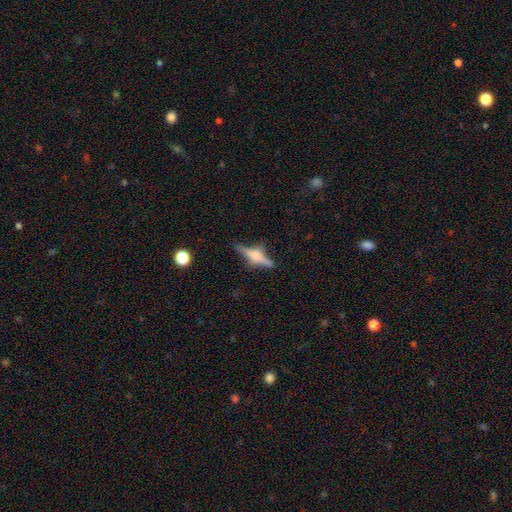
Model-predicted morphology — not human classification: smooth-or-featured: featured or disk: 62% | smooth: 30% | star or artifact: 9%
  disk-edge-on: yes: 95% | no: 5%
    edge-on-bulge: rounded: 82% | boxy: 13% | none: 5%
  merging: none: 75% | minor disturbance: 16% | major disturbance: 6% | merger: 3%